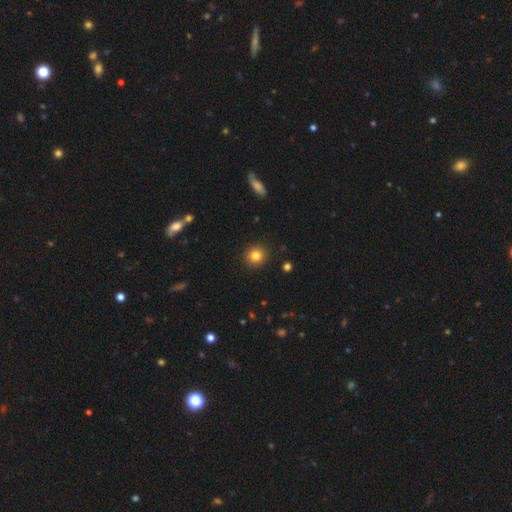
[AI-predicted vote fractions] smooth-or-featured: smooth: 82% | star or artifact: 11% | featured or disk: 6%
  how-rounded: round: 92% | in between: 7% | cigar-shaped: 1%
  merging: none: 92% | minor disturbance: 5% | major disturbance: 2% | merger: 1%